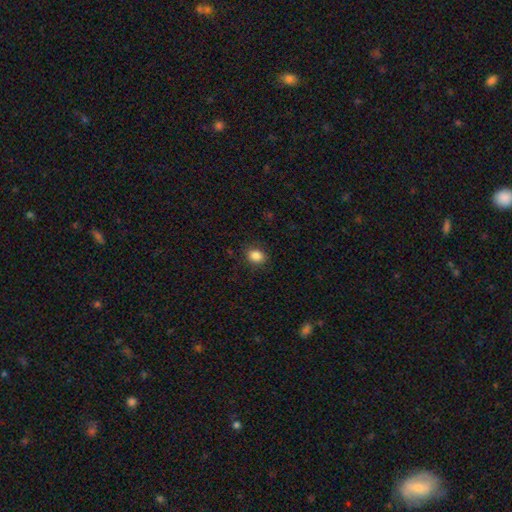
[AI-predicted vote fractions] A smooth galaxy with no disk features (86%) that is round (50%).

Vote fractions:
- Smooth or featured? smooth: 86% / star or artifact: 10% / featured or disk: 4%
- How rounded? round: 50% / in between: 49% / cigar-shaped: 1%
- Merging? none: 87% / minor disturbance: 9% / major disturbance: 3% / merger: 1%